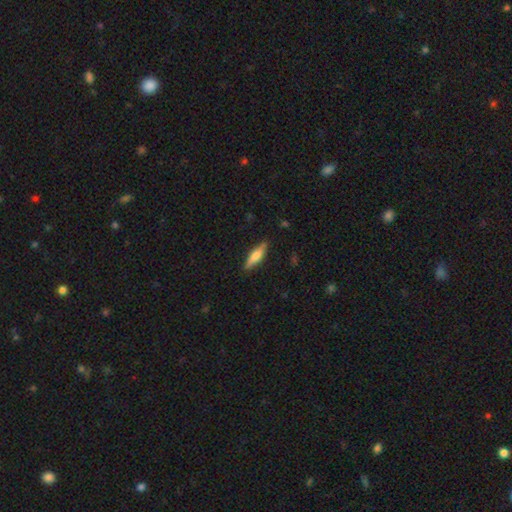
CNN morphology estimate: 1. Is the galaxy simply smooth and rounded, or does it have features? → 67% smooth, 27% featured or disk, 6% star or artifact.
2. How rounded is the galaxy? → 65% cigar-shaped, 33% in between, 2% round.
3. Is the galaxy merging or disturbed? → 86% none, 11% minor disturbance, 2% major disturbance, 1% merger.